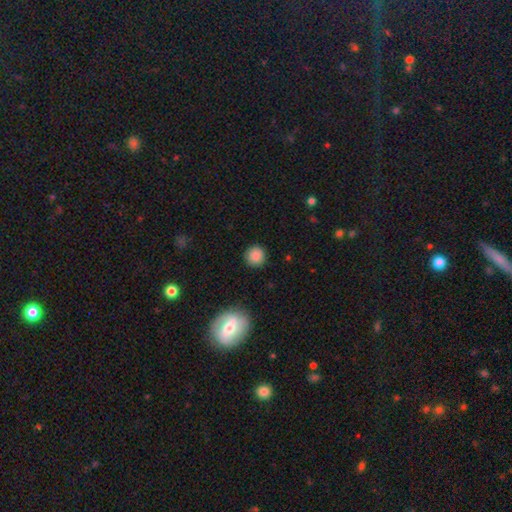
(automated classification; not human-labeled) Q: Smooth or featured?
A: smooth (86%); runner-up: star or artifact (10%)
Q: How rounded?
A: round (93%); runner-up: in between (6%)
Q: Merging?
A: none (90%); runner-up: minor disturbance (7%)